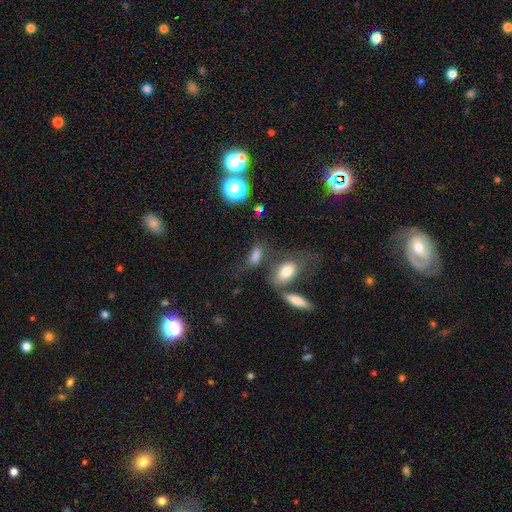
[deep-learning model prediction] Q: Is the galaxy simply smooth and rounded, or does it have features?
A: smooth — 77%.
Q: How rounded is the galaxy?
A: in between — 82%.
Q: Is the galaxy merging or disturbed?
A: none — 48%.